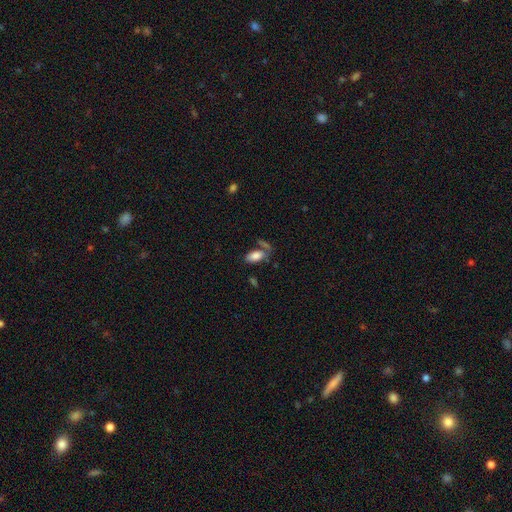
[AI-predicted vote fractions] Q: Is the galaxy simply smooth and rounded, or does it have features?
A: smooth — 82%.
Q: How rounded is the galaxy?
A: in between — 93%.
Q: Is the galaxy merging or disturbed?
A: none — 58%.